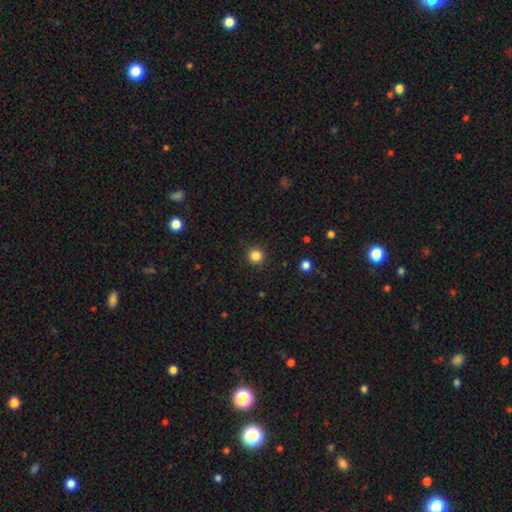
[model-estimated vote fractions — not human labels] A smooth galaxy with no disk features (84%) that is round (94%). Merging: none (91%).